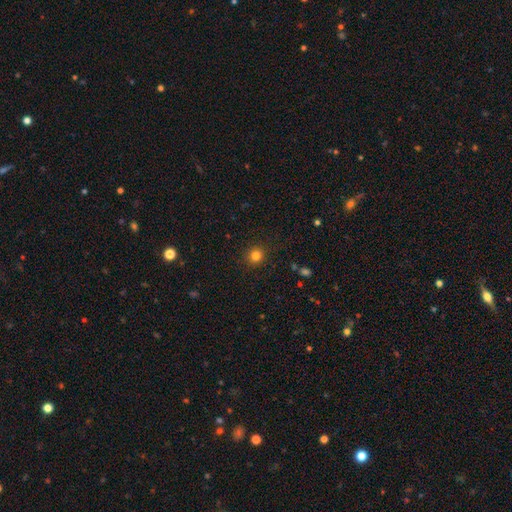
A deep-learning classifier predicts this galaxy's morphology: smooth 82%, star or artifact 13%, featured or disk 5%. Down the decision tree: how rounded — round (90%); merging — none (91%).